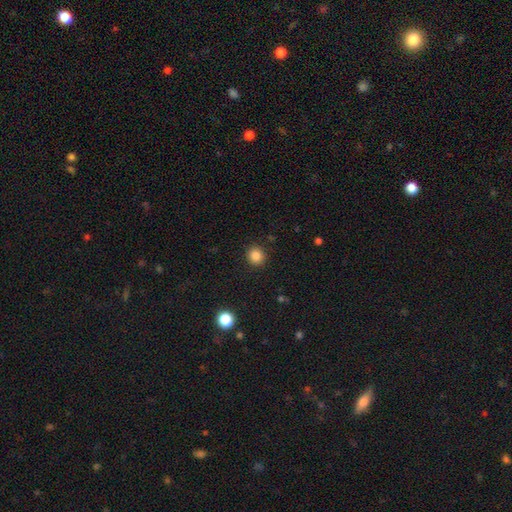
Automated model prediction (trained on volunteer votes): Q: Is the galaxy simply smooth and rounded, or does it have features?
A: smooth — 85%.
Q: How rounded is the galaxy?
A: round — 89%.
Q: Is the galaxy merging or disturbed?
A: none — 91%.